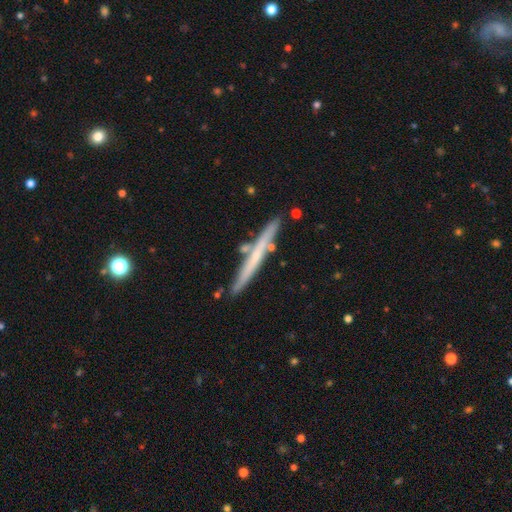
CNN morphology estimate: This is possibly a featured or disk galaxy (54%). It is clearly viewed edge-on (95%). Edge-on bulge: likely none (73%). Merging: clearly none (82%).